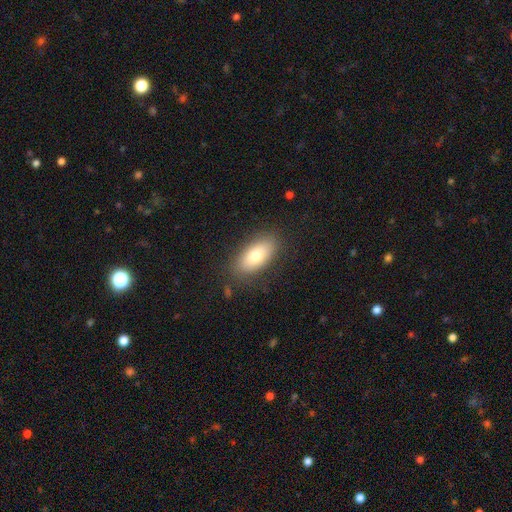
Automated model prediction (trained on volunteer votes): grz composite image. It shows a smooth galaxy with no disk features (77%) that is in between round and cigar-shaped (90%). Merging: none (85%).